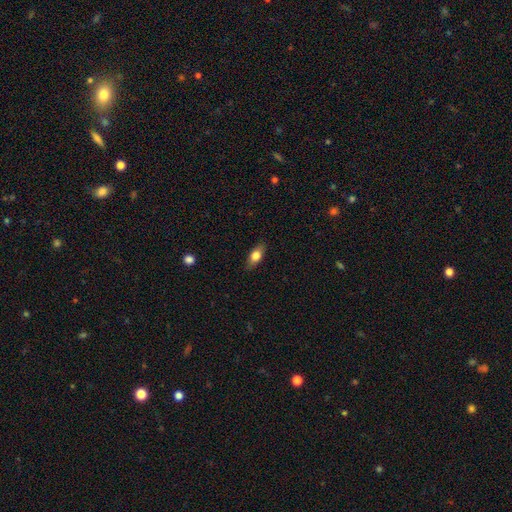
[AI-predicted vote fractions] Morphology: type=smooth (75%); roundness=in between (82%); merging=none (86%).